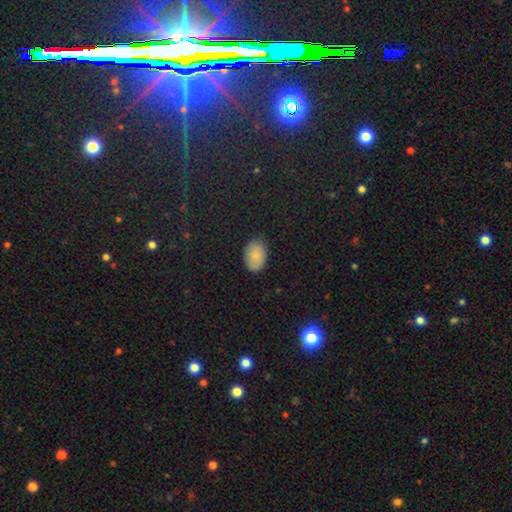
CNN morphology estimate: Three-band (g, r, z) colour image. It shows a smooth galaxy with no disk features (84%) that is in between round and cigar-shaped (85%). Merging: none (82%).